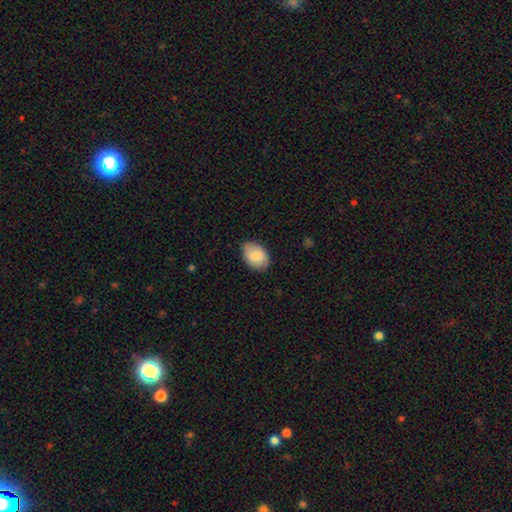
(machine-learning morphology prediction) Smooth or featured? smooth (79%)
How rounded? in between (82%)
Merging? none (79%)